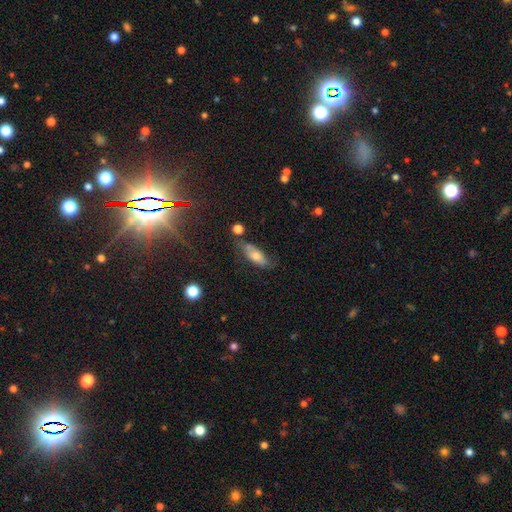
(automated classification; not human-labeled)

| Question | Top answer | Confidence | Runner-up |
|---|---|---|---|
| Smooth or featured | smooth | 59% | featured or disk (31%) |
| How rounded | in between | 68% | cigar-shaped (29%) |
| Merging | none | 59% | minor disturbance (26%) |